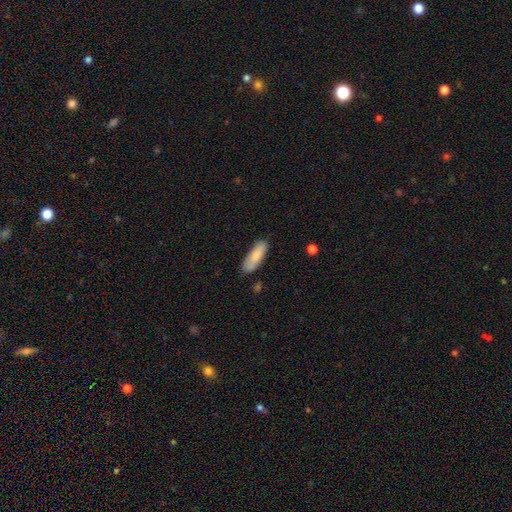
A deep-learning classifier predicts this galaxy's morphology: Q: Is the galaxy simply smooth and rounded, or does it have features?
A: smooth — 84%.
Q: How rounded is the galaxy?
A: in between — 57%.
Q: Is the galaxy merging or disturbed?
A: none — 81%.